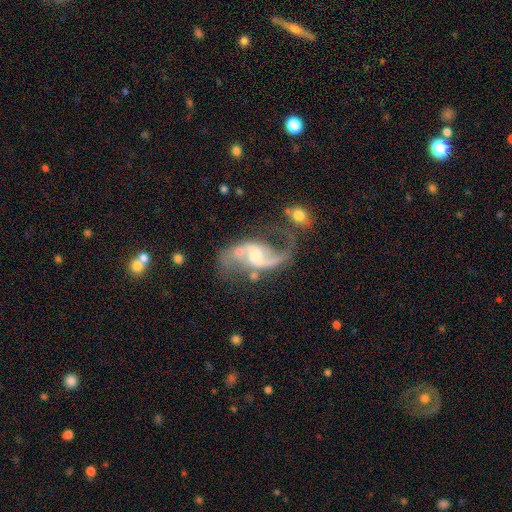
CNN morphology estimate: featured or disk 89%, smooth 5%, star or artifact 5%. Down the decision tree: edge-on disk — no (97%); bar — weak (43%); spiral arms — yes (96%); spiral arm count — 2 (90%); spiral winding — loose (67%); bulge size — moderate (51%); merging — none (47%).